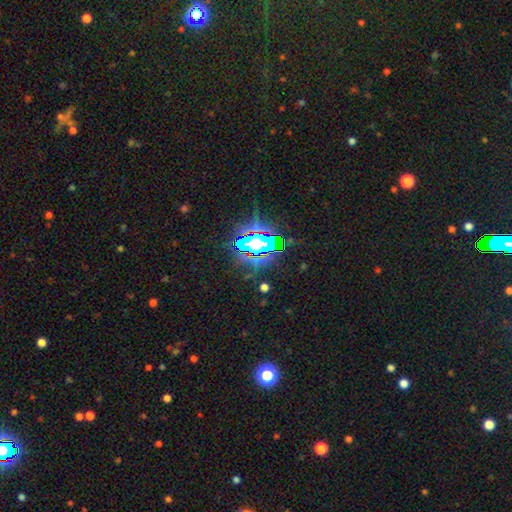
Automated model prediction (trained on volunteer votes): This appears to be a star or artifact, not a galaxy (75%).